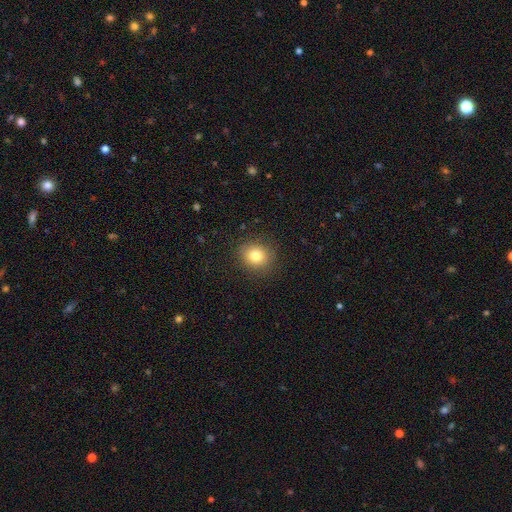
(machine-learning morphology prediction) Overall: smooth (80%). How rounded: round (80%). Merging: none (88%).